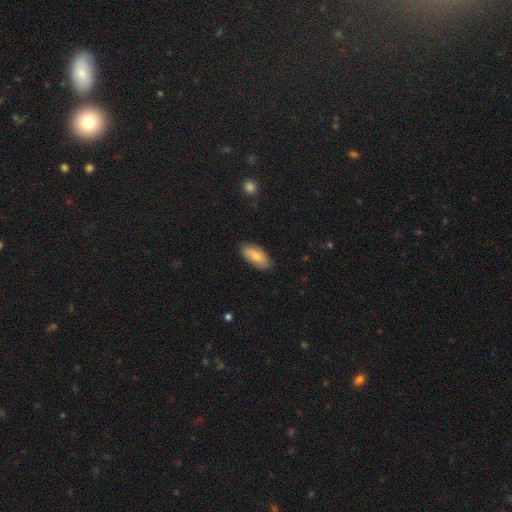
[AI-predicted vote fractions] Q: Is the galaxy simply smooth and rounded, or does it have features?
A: smooth — 68%.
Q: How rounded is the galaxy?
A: in between — 89%.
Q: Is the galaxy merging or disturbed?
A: none — 81%.